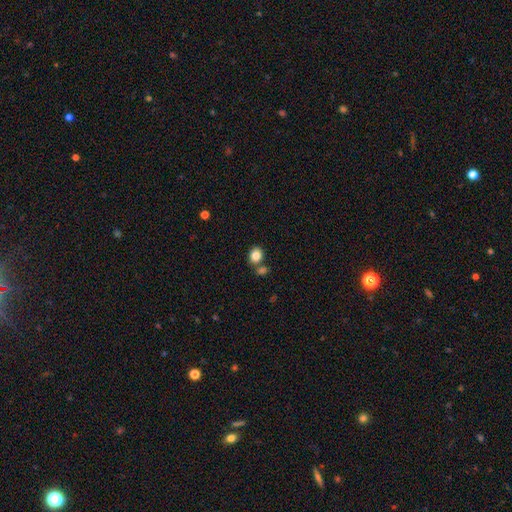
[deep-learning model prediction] Smooth or featured? smooth (84%)
How rounded? round (67%)
Merging? none (67%)